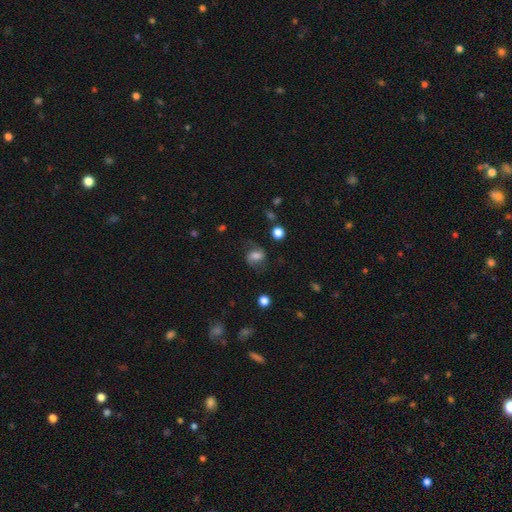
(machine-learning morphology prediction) Q: Smooth or featured?
A: smooth (54%); runner-up: featured or disk (35%)
Q: How rounded?
A: in between (55%); runner-up: round (44%)
Q: Merging?
A: none (64%); runner-up: minor disturbance (21%)